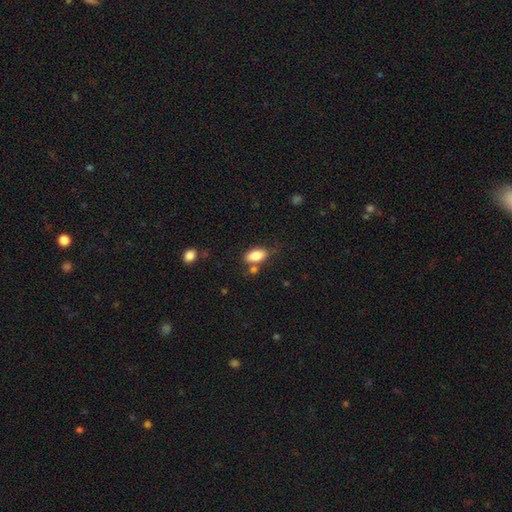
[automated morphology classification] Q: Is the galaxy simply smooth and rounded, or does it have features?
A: smooth — 83%.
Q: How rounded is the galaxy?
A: in between — 90%.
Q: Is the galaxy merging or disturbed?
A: none — 63%.